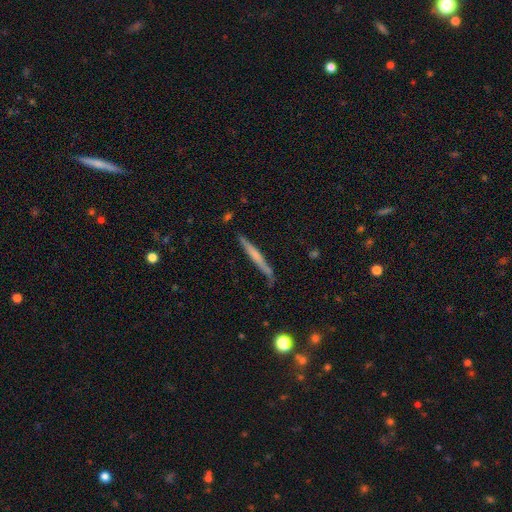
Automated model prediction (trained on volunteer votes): Smooth or featured: featured or disk — 50% (smooth — 43%)
Edge-on disk: yes — 96% (no — 4%)
Merging: none — 77% (minor disturbance — 17%)